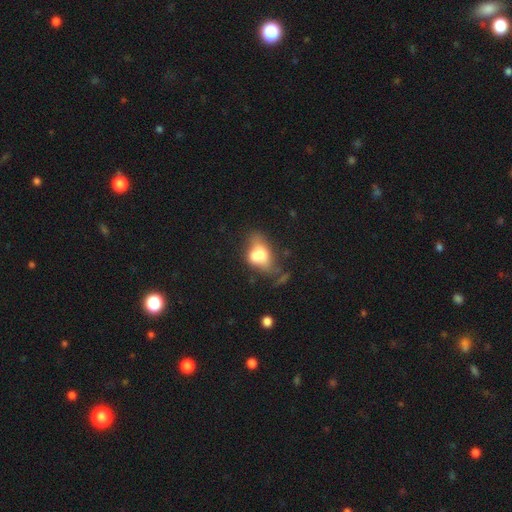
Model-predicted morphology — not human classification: Overall: smooth (61%; featured or disk 29%). How rounded: in between (79%). Merging: merger (34%; major disturbance 23%).